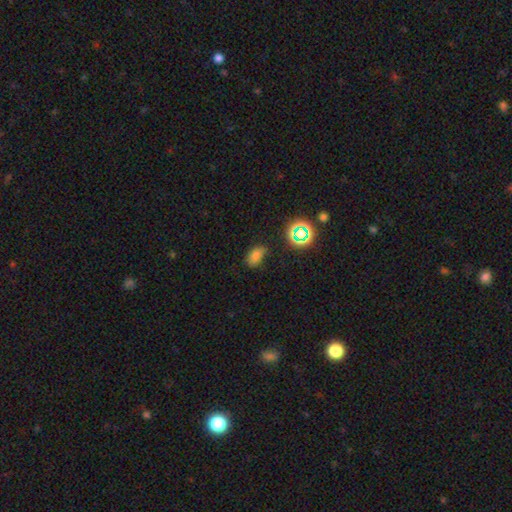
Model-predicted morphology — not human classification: Smooth or featured? smooth (71%)
How rounded? in between (85%)
Merging? none (67%)